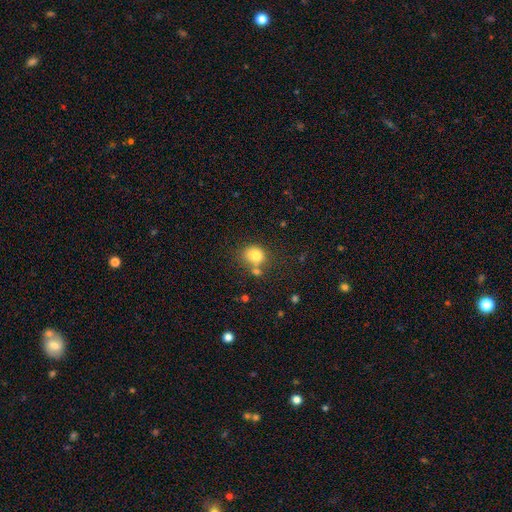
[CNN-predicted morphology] Overall: smooth (80%). How rounded: round (64%; in between 35%). Merging: none (58%; merger 19%).